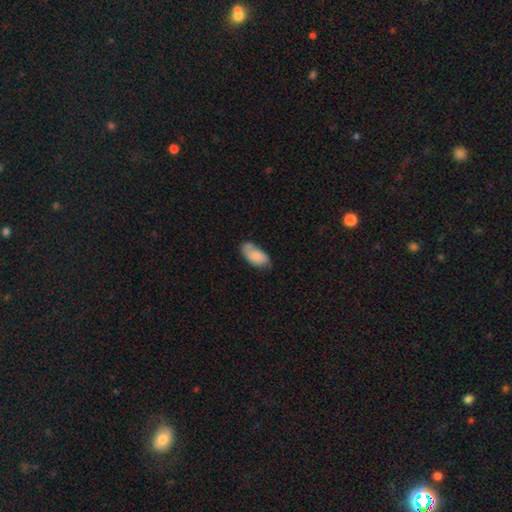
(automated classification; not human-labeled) Smooth or featured: smooth — 79% (featured or disk — 14%)
How rounded: in between — 94% (cigar-shaped — 4%)
Merging: none — 52% (minor disturbance — 31%)